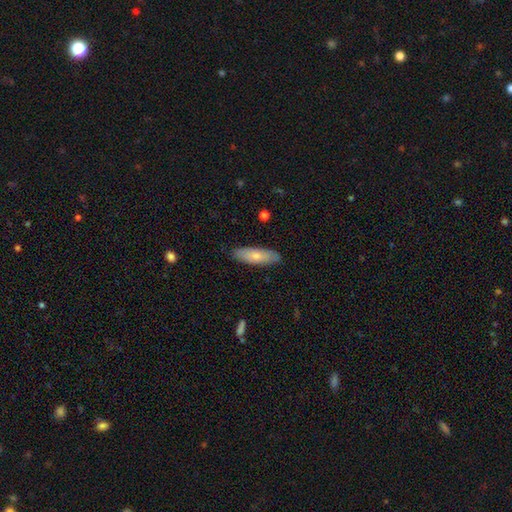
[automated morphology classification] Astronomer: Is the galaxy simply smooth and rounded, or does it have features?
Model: smooth — 70%.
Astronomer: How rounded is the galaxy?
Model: in between — 54% (runner-up: cigar-shaped, 44%).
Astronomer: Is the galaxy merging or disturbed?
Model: none — 85%.